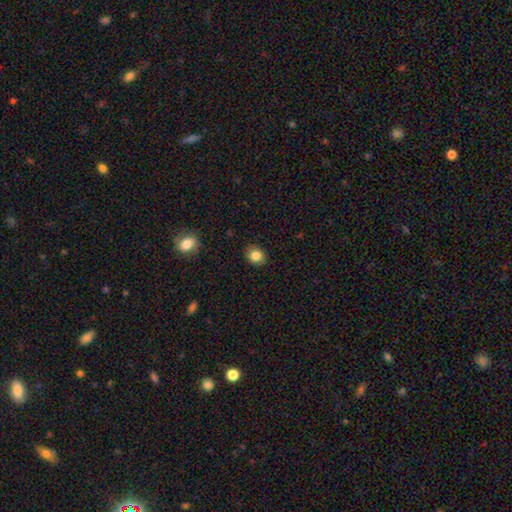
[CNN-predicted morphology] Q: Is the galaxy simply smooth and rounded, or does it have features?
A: smooth — 84%.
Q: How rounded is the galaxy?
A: round — 60%.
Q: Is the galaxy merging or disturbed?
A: none — 89%.